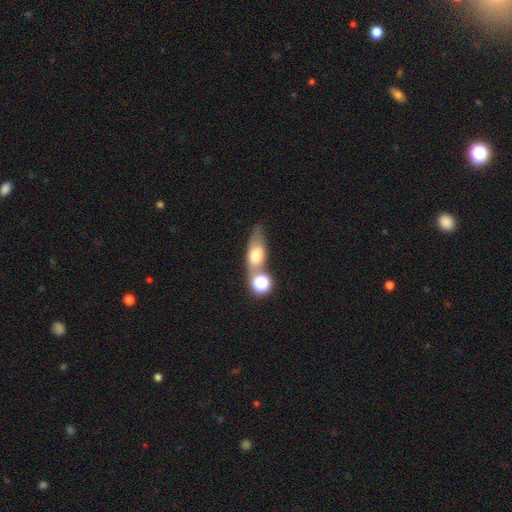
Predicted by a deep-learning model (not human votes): smooth_or_featured: smooth (p=0.58) [alt: featured or disk p=0.29]
how_rounded: in between (p=0.54) [alt: cigar-shaped p=0.28]
merging: none (p=0.47) [alt: merger p=0.31]